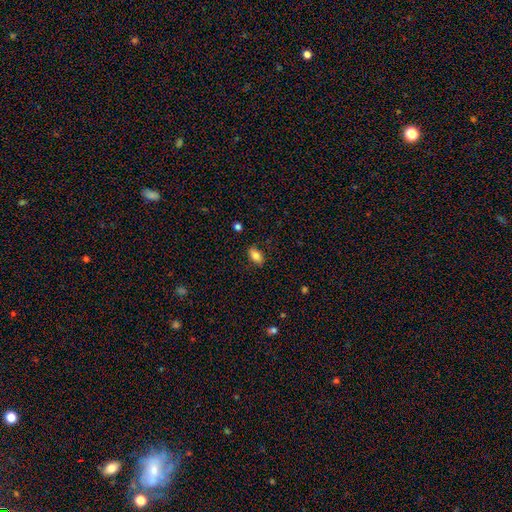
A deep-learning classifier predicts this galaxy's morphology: smooth 83%, featured or disk 9%, star or artifact 8%. Down the decision tree: how rounded — in between (90%); merging — none (86%).